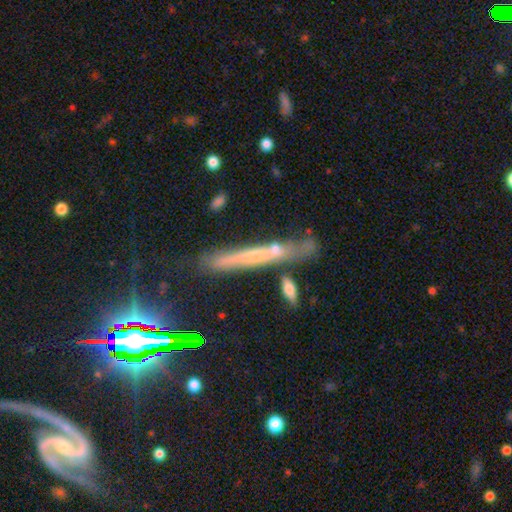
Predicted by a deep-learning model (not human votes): Q: Smooth or featured?
A: featured or disk (46%); runner-up: smooth (37%)
Q: Merging?
A: none (59%); runner-up: minor disturbance (20%)